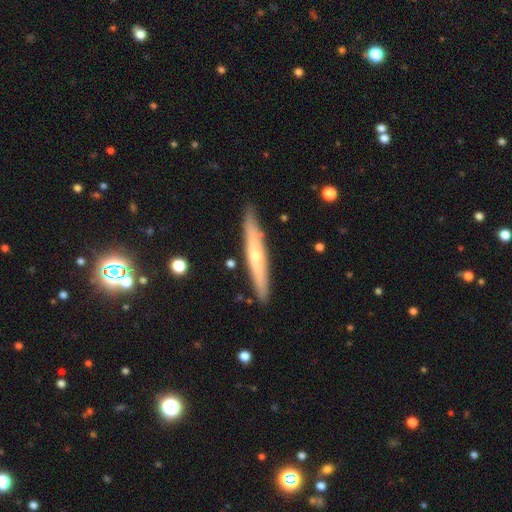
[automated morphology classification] Q: Smooth or featured?
A: featured or disk (55%); runner-up: smooth (39%)
Q: Edge-on disk?
A: yes (89%); runner-up: no (11%)
Q: Merging?
A: none (87%); runner-up: minor disturbance (9%)